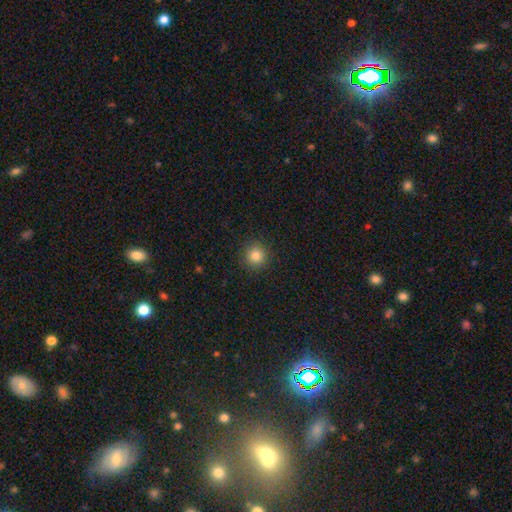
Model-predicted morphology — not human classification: A smooth galaxy with no disk features (83%) that is round (94%).

Vote fractions:
- Smooth or featured? smooth: 83% / star or artifact: 12% / featured or disk: 6%
- How rounded? round: 94% / in between: 5% / cigar-shaped: 1%
- Merging? none: 91% / minor disturbance: 6% / major disturbance: 2% / merger: 1%